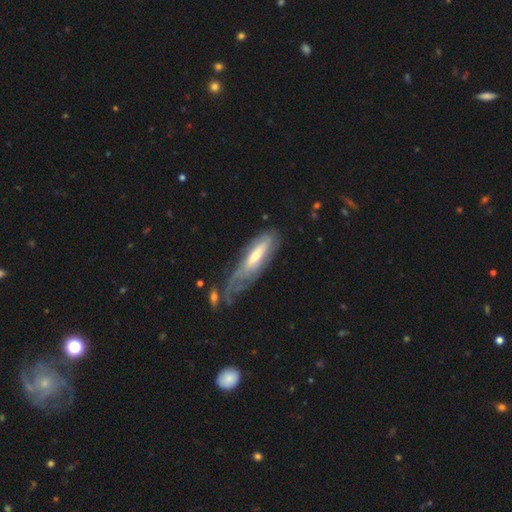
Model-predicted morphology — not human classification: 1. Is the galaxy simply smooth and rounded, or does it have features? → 66% featured or disk, 28% smooth, 7% star or artifact.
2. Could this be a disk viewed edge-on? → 68% no, 32% yes.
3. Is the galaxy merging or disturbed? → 37% none, 30% minor disturbance, 27% major disturbance, 6% merger.